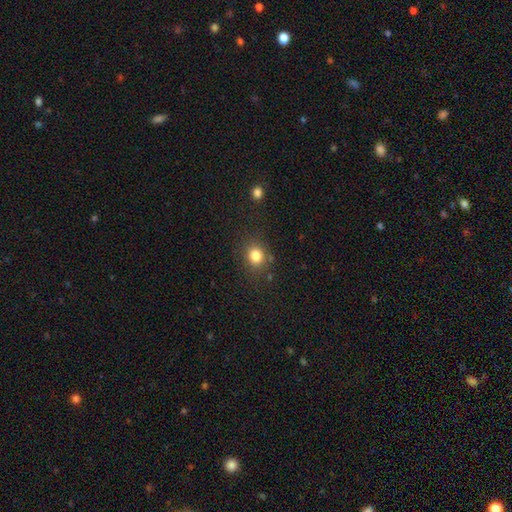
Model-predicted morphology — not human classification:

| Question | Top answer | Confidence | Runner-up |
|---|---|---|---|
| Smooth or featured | smooth | 82% | star or artifact (13%) |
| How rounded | round | 77% | in between (22%) |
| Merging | none | 81% | minor disturbance (12%) |